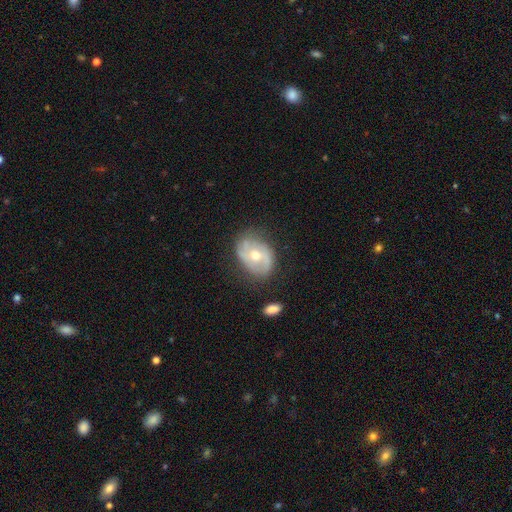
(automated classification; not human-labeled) smooth_or_featured: featured or disk (p=0.72) [alt: smooth p=0.21]
disk_edge_on: no (p=0.96) [alt: yes p=0.04]
bar: no (p=0.57) [alt: weak p=0.33]
has_spiral_arms: yes (p=0.82) [alt: no p=0.18]
spiral_winding: medium (p=0.41) [alt: tight p=0.34]
spiral_arm_count: 2 (p=0.67) [alt: can't tell p=0.19]
bulge_size: moderate (p=0.66) [alt: small p=0.29]
merging: none (p=0.70) [alt: minor disturbance p=0.20]